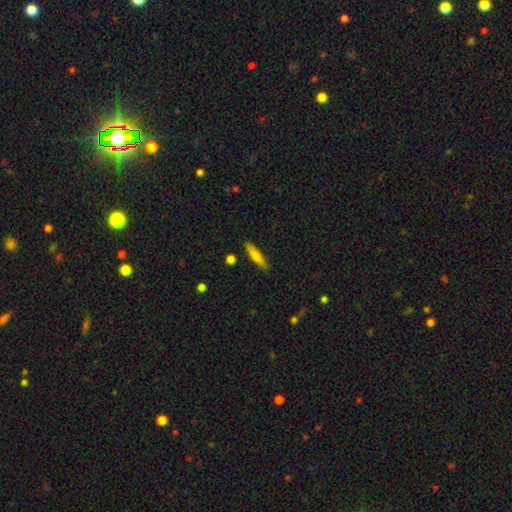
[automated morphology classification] This appears to be a smooth galaxy with no disk features (69%) that is cigar-shaped (80%). Merging: none (87%).